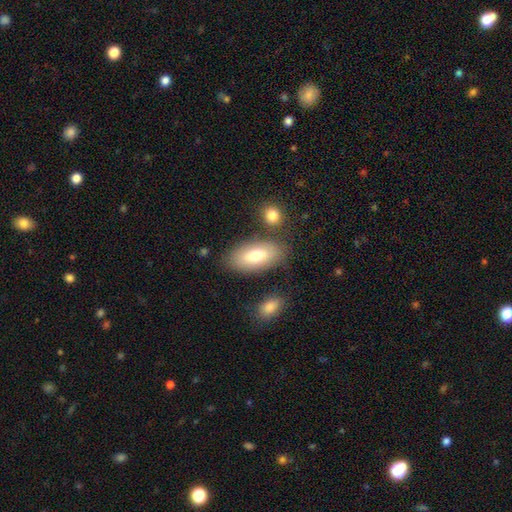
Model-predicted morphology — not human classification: type=smooth (74%); roundness=in between (89%); merging=none (77%).